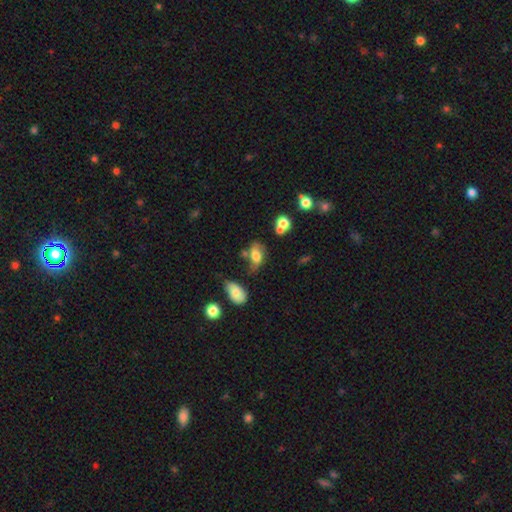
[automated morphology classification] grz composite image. It shows a smooth galaxy with no disk features (63%) that is in between round and cigar-shaped (87%). Merging: none (43%).